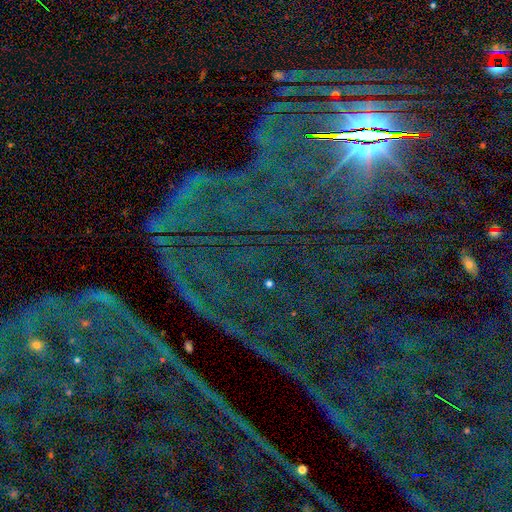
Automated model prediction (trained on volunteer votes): smooth-or-featured: star or artifact: 86% | featured or disk: 8% | smooth: 7%